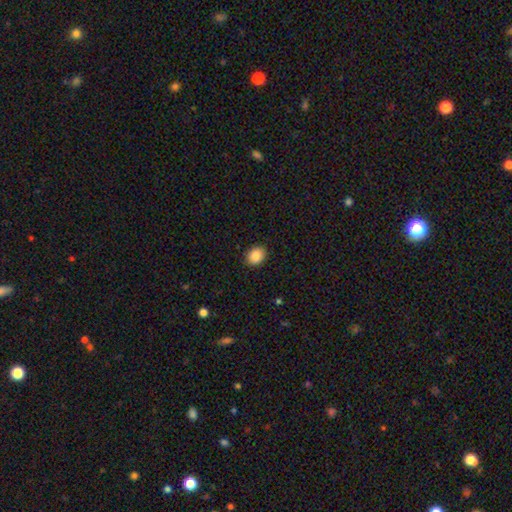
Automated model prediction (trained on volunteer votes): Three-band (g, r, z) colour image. It shows a smooth galaxy with no disk features (87%) that is round (54%). Merging: none (90%).